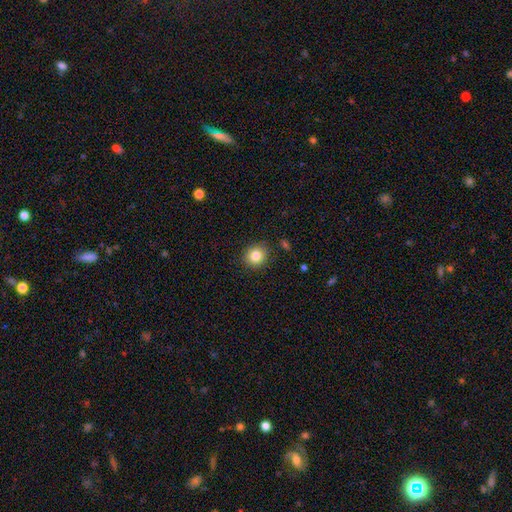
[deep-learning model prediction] This appears to be a smooth galaxy with no disk features (83%) that is round (84%). Merging: none (88%).